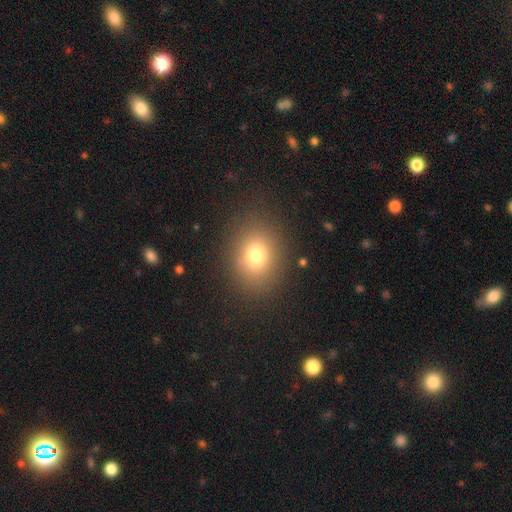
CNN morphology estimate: A smooth galaxy with no disk features (76%) that is in between round and cigar-shaped (50%).

Vote fractions:
- Smooth or featured? smooth: 76% / star or artifact: 14% / featured or disk: 11%
- How rounded? in between: 50% / round: 49% / cigar-shaped: 1%
- Merging? none: 85% / minor disturbance: 9% / major disturbance: 5% / merger: 1%